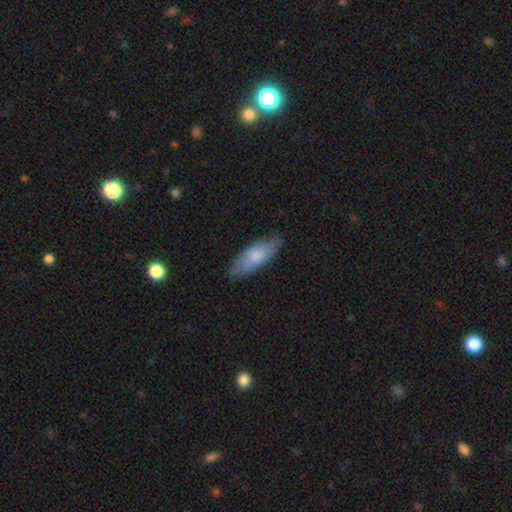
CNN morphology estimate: Overall: smooth (71%). How rounded: in between (66%; cigar-shaped 33%). Merging: none (77%).